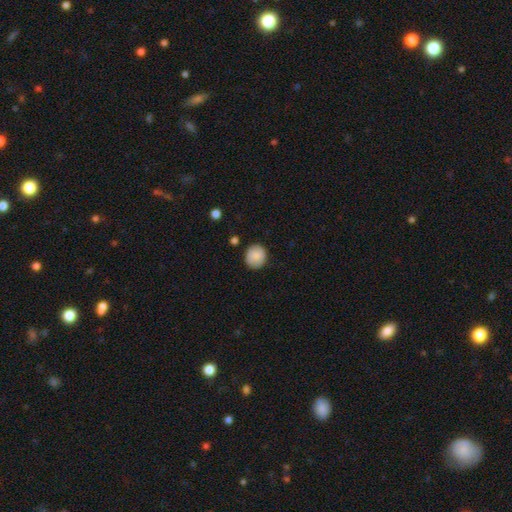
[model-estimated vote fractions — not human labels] Smooth or featured: smooth — 85% (featured or disk — 8%)
How rounded: round — 87% (in between — 12%)
Merging: none — 87% (minor disturbance — 9%)